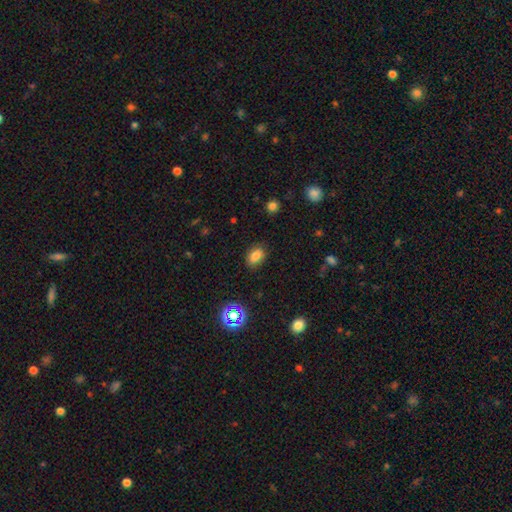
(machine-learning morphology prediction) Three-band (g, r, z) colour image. It shows a smooth galaxy with no disk features (79%) that is in between round and cigar-shaped (78%). Merging: none (84%).